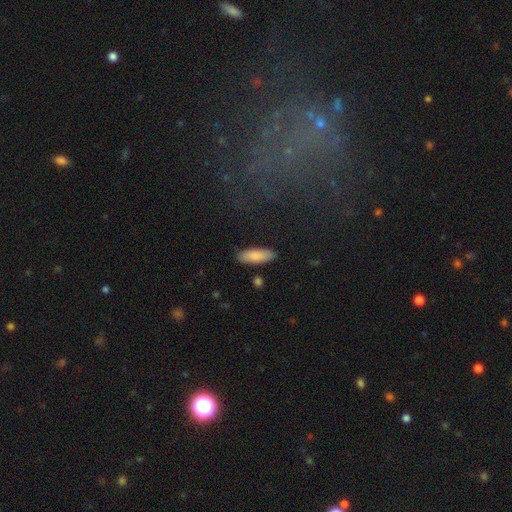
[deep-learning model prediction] Morphology: type=smooth (86%); roundness=in between (63%); merging=none (87%).